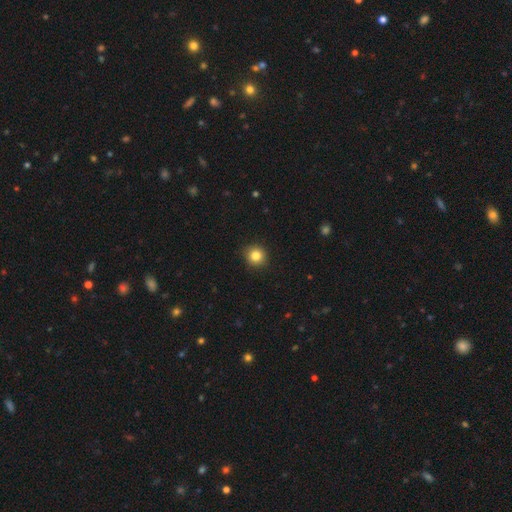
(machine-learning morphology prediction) Smooth or featured?
  - smooth: 84% *
  - star or artifact: 11%
  - featured or disk: 5%
How rounded?
  - round: 92% *
  - in between: 7%
  - cigar-shaped: 1%
Merging?
  - none: 90% *
  - minor disturbance: 7%
  - major disturbance: 2%
  - merger: 1%